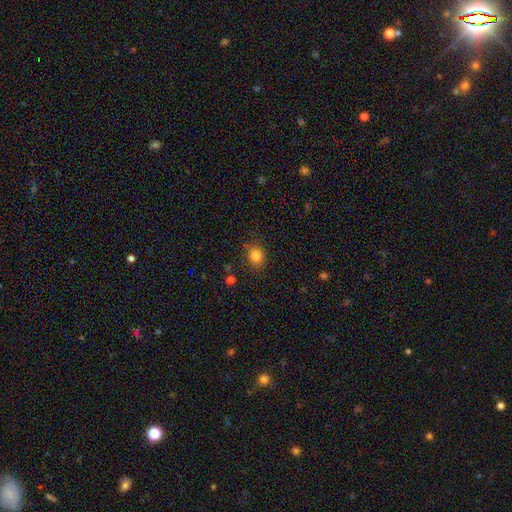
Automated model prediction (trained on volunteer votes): smooth 83%, star or artifact 12%, featured or disk 5%. Down the decision tree: how rounded — round (73%); merging — none (76%).